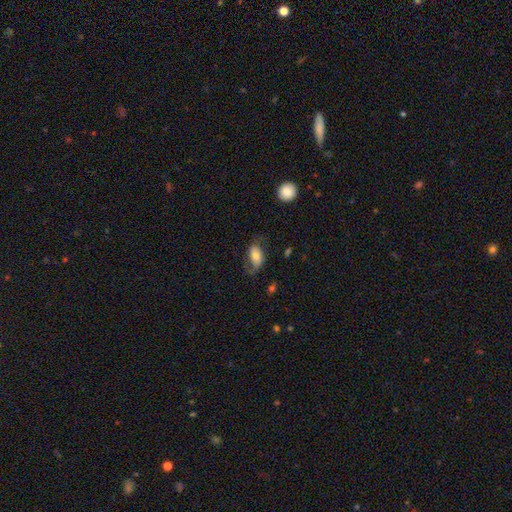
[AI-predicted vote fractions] A smooth galaxy with no disk features (57%) that is in between round and cigar-shaped (90%). Merging: none (55%).